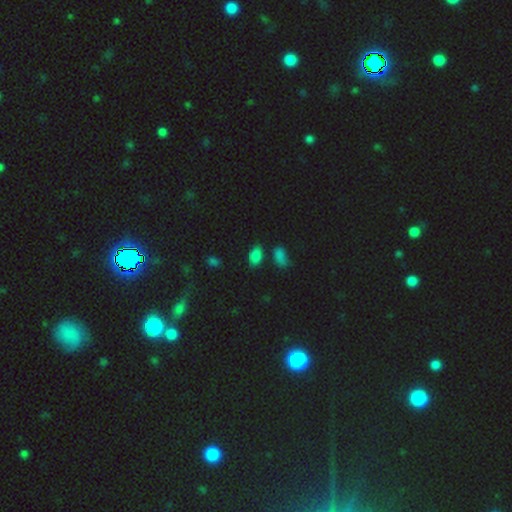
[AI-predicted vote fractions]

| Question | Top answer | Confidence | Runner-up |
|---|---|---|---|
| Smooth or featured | smooth | 81% | star or artifact (14%) |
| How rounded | in between | 91% | round (7%) |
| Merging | none | 73% | minor disturbance (14%) |